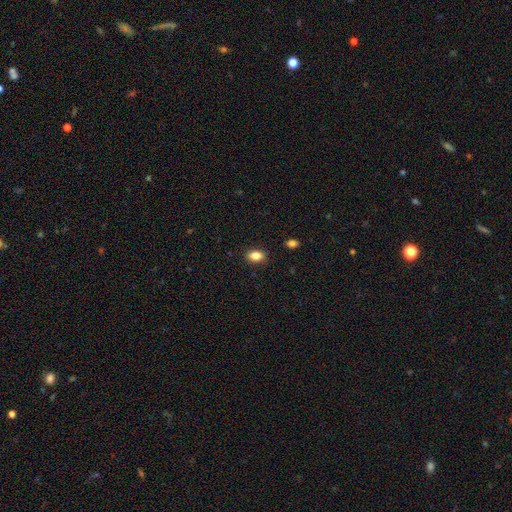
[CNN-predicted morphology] smooth-or-featured: smooth: 86% | star or artifact: 9% | featured or disk: 5%
  how-rounded: in between: 81% | round: 17% | cigar-shaped: 2%
  merging: none: 87% | minor disturbance: 9% | major disturbance: 2% | merger: 1%